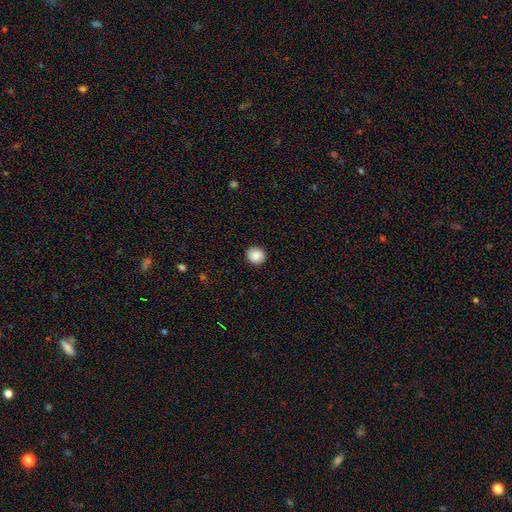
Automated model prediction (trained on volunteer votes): The model was most divided on "how rounded": round: 88%, in between: 11%, cigar-shaped: 1%. More confident: merging — none (91%); smooth or featured — smooth (88%).